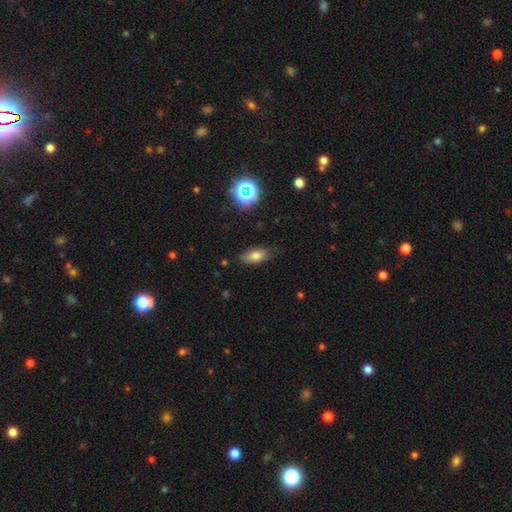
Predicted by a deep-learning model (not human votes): Q: Smooth or featured?
A: smooth (75%); runner-up: star or artifact (13%)
Q: How rounded?
A: in between (84%); runner-up: cigar-shaped (11%)
Q: Merging?
A: none (79%); runner-up: minor disturbance (15%)